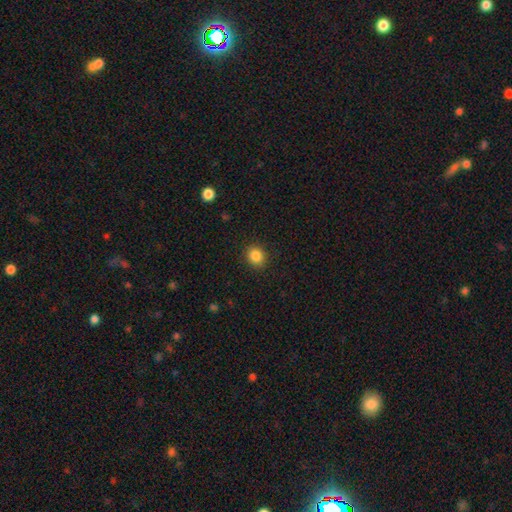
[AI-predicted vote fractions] The model was most divided on "how rounded": round: 79%, in between: 20%, cigar-shaped: 1%. More confident: merging — none (90%); smooth or featured — smooth (85%).